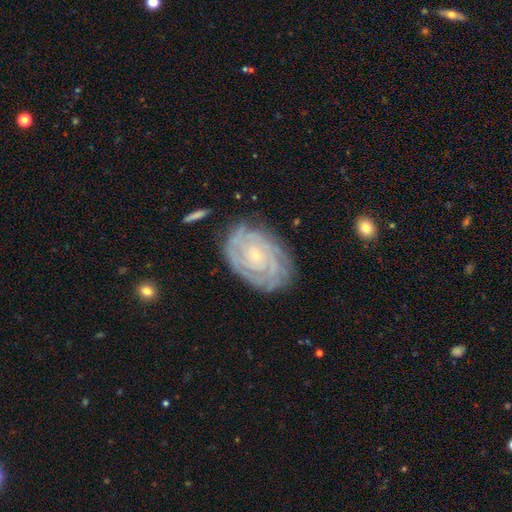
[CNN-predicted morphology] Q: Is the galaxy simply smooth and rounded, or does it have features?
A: featured or disk — 85%.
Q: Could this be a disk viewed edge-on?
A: no — 97%.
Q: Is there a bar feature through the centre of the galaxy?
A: no — 74%.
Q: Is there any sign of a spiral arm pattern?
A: yes — 96%.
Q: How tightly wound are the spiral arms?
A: tight — 82%.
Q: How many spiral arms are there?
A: can't tell — 30%.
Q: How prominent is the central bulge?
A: small — 81%.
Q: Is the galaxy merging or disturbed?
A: none — 77%.